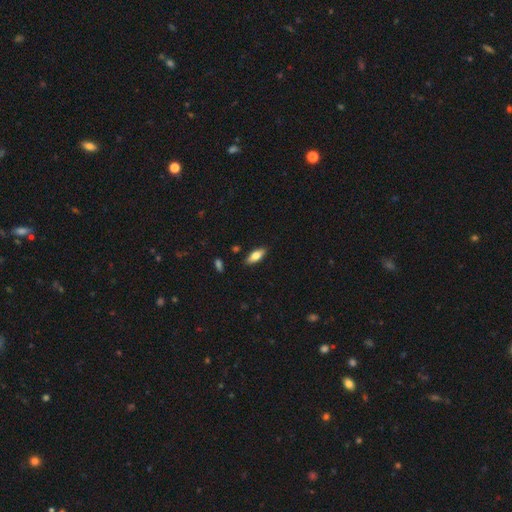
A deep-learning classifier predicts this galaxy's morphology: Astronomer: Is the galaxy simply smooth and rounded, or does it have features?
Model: smooth — 70%.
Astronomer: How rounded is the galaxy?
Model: in between — 74%.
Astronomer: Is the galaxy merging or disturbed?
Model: none — 87%.